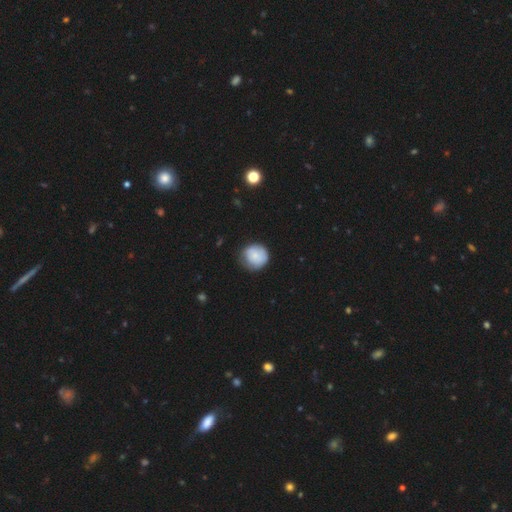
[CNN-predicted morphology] The model was most divided on "merging": none: 71%, minor disturbance: 22%, major disturbance: 5%, merger: 1%. More confident: how rounded — round (91%); smooth or featured — smooth (81%).